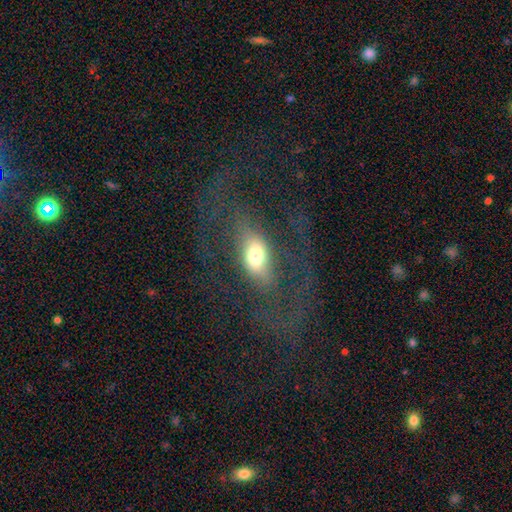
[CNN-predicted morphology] Smooth or featured? Predicted: featured or disk (p=0.51). Edge-on disk? Predicted: no (p=0.75). Merging? Predicted: none (p=0.58).